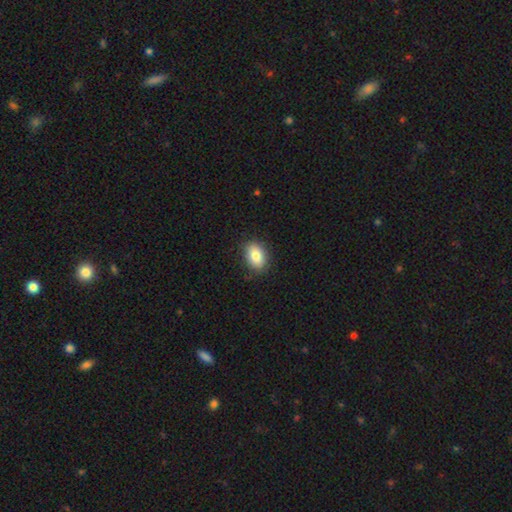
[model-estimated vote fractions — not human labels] Q: Smooth or featured?
A: smooth (83%); runner-up: featured or disk (9%)
Q: How rounded?
A: in between (83%); runner-up: round (16%)
Q: Merging?
A: none (85%); runner-up: minor disturbance (11%)